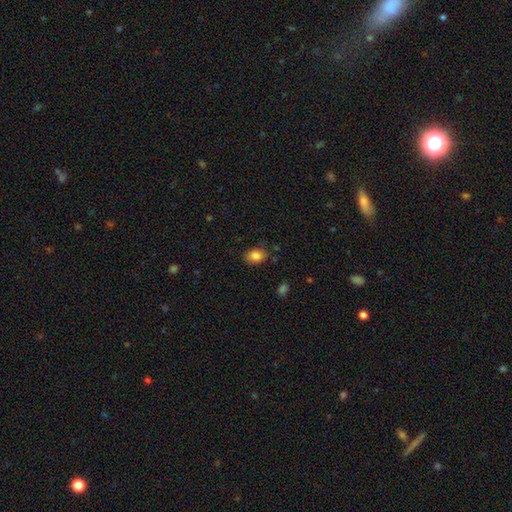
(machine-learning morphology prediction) The model was most divided on "how rounded": in between: 74%, round: 25%, cigar-shaped: 1%. More confident: smooth or featured — smooth (85%); merging — none (81%).